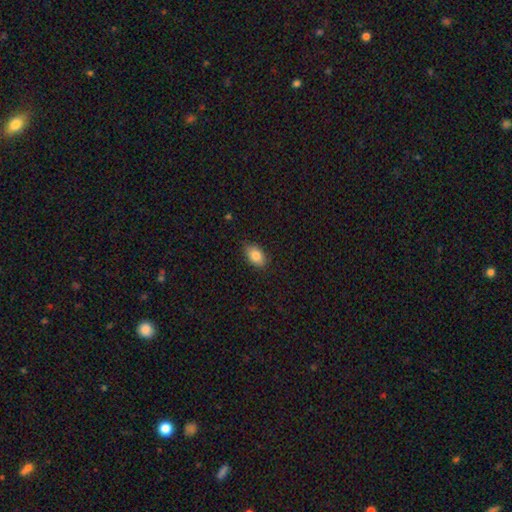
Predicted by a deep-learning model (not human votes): Q: Smooth or featured?
A: smooth (85%); runner-up: star or artifact (8%)
Q: How rounded?
A: in between (85%); runner-up: round (13%)
Q: Merging?
A: none (82%); runner-up: minor disturbance (14%)